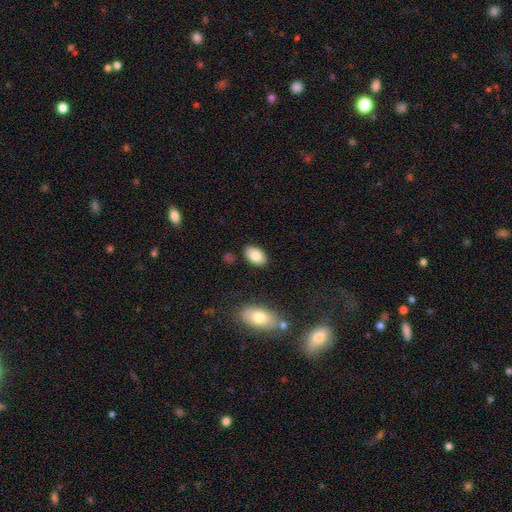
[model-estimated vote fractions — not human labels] Overall: smooth (81%). How rounded: in between (90%). Merging: none (85%).